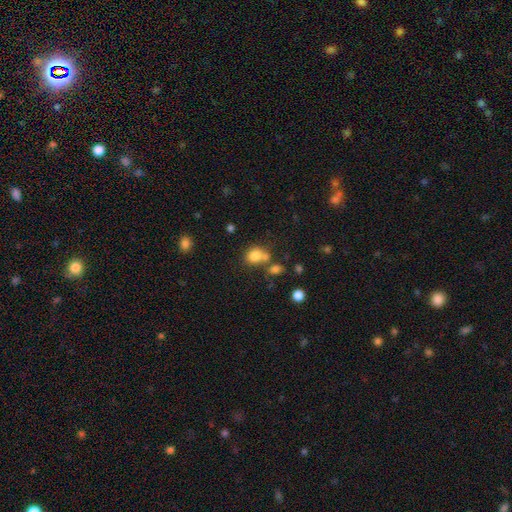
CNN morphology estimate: Smooth or featured?
  - smooth: 80% *
  - star or artifact: 12%
  - featured or disk: 8%
How rounded?
  - round: 54% *
  - in between: 44%
  - cigar-shaped: 1%
Merging?
  - none: 45% *
  - merger: 36%
  - minor disturbance: 13%
  - major disturbance: 6%